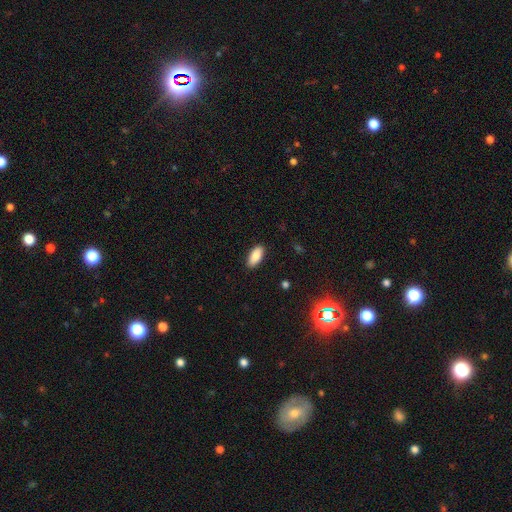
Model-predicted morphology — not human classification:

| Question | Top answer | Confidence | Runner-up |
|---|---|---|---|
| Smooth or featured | smooth | 88% | star or artifact (7%) |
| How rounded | in between | 89% | cigar-shaped (9%) |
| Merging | none | 88% | minor disturbance (9%) |